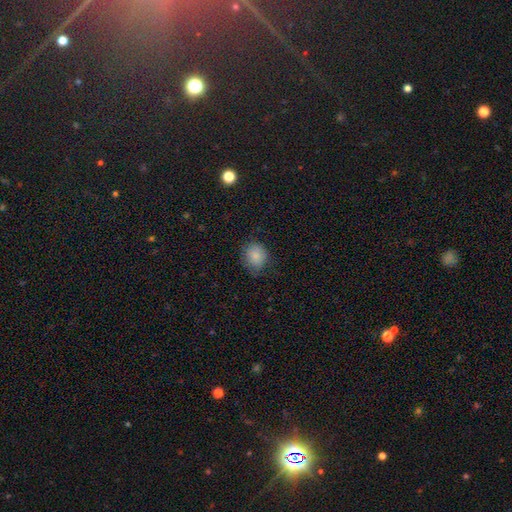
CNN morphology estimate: Q: Smooth or featured?
A: smooth (86%); runner-up: star or artifact (9%)
Q: How rounded?
A: round (64%); runner-up: in between (35%)
Q: Merging?
A: none (72%); runner-up: minor disturbance (21%)